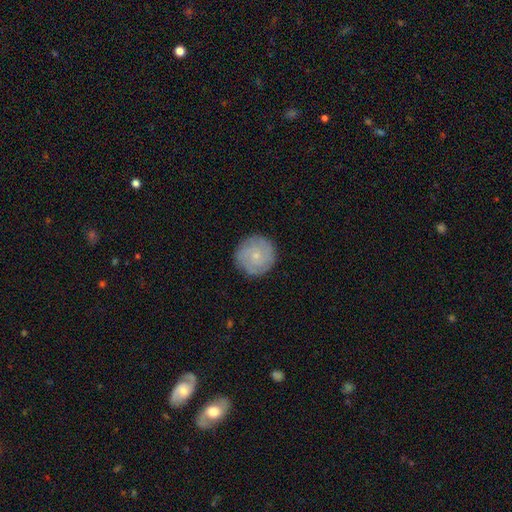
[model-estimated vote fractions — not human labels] Smooth or featured: smooth — 47% (featured or disk — 46%)
Merging: none — 86% (minor disturbance — 10%)